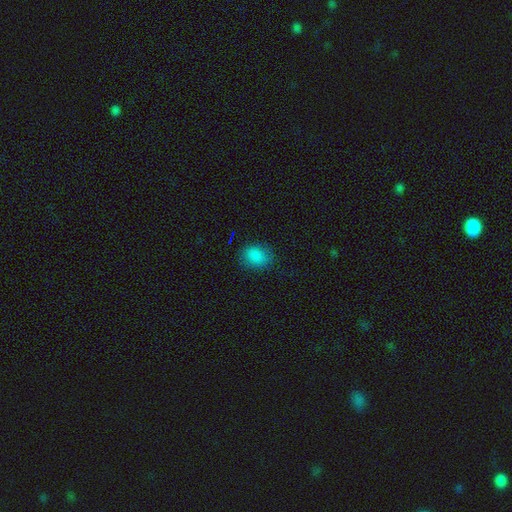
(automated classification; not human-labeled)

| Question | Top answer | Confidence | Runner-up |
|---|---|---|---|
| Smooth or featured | smooth | 85% | star or artifact (11%) |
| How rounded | in between | 60% | round (39%) |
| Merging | none | 81% | minor disturbance (14%) |